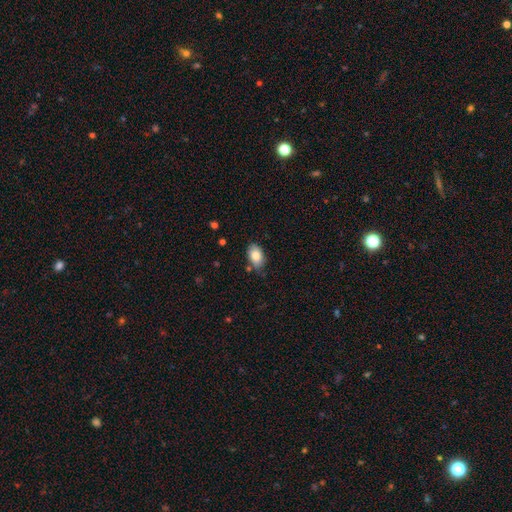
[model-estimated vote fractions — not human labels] The model was most divided on "merging": none: 73%, minor disturbance: 20%, major disturbance: 4%, merger: 4%. More confident: how rounded — in between (89%); smooth or featured — smooth (84%).